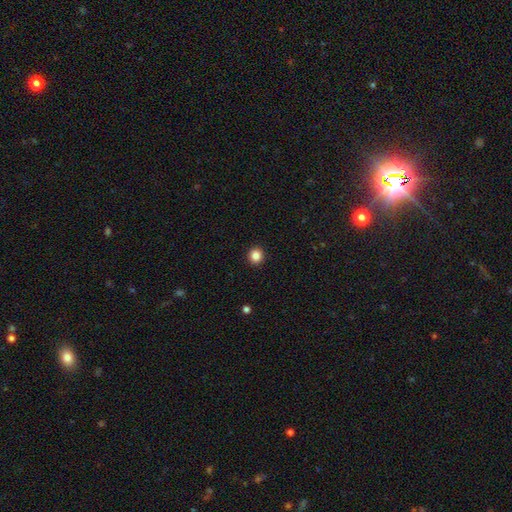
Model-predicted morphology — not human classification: type=smooth (85%); roundness=round (92%); merging=none (94%).